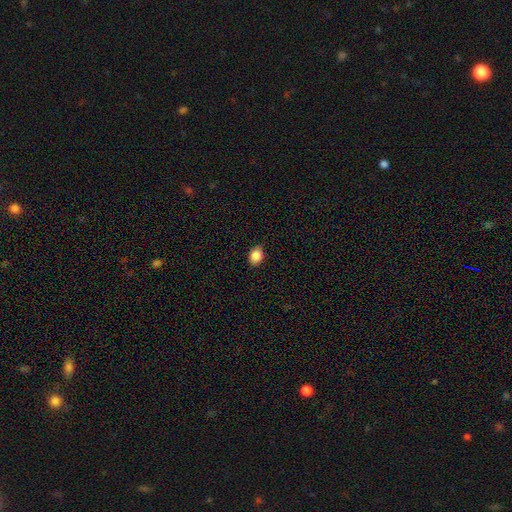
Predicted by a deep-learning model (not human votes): Smooth or featured: smooth — 88% (star or artifact — 9%)
How rounded: in between — 63% (round — 36%)
Merging: none — 85% (minor disturbance — 12%)